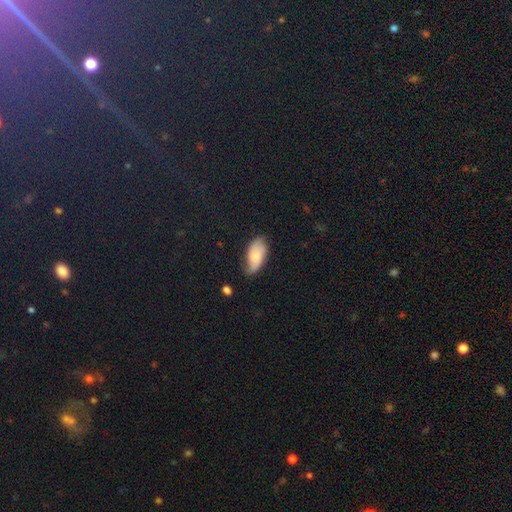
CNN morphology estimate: Smooth or featured? Predicted: smooth (p=0.60). How rounded? Predicted: in between (p=0.92). Merging? Predicted: none (p=0.63).